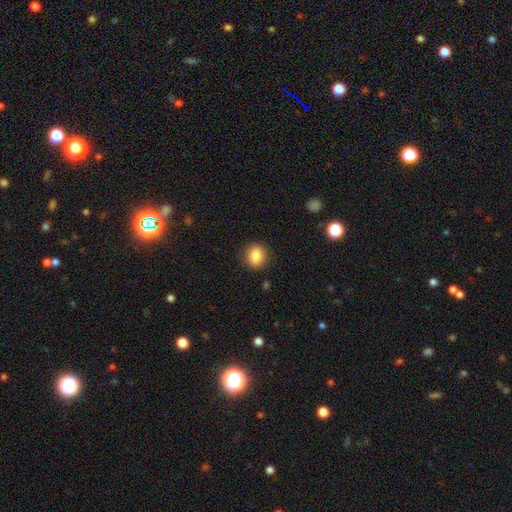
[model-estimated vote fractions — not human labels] Smooth or featured? Predicted: smooth (p=0.84). How rounded? Predicted: round (p=0.76). Merging? Predicted: none (p=0.89).